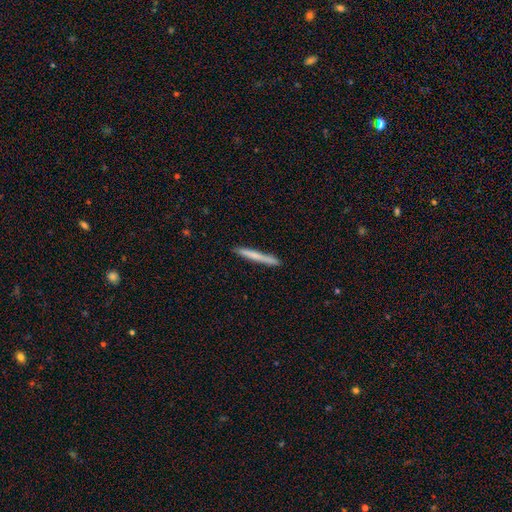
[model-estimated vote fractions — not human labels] smooth_or_featured: smooth (p=0.68) [alt: featured or disk p=0.26]
how_rounded: cigar-shaped (p=0.97) [alt: in between p=0.02]
merging: none (p=0.90) [alt: minor disturbance p=0.08]